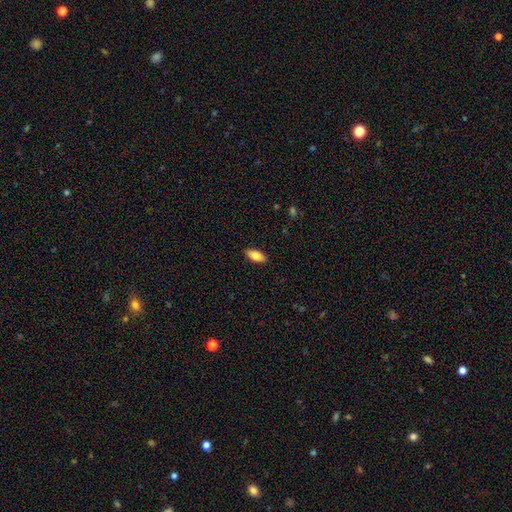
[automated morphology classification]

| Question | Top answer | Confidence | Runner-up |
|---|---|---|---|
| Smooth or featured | smooth | 82% | featured or disk (12%) |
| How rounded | in between | 89% | cigar-shaped (8%) |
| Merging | none | 90% | minor disturbance (8%) |